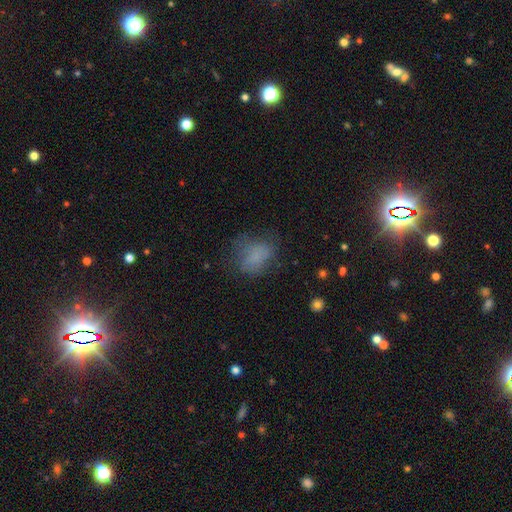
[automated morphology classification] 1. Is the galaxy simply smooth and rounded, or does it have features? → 69% smooth, 16% featured or disk, 15% star or artifact.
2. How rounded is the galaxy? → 61% in between, 38% round, 2% cigar-shaped.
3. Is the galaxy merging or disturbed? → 54% none, 24% minor disturbance, 20% major disturbance, 2% merger.